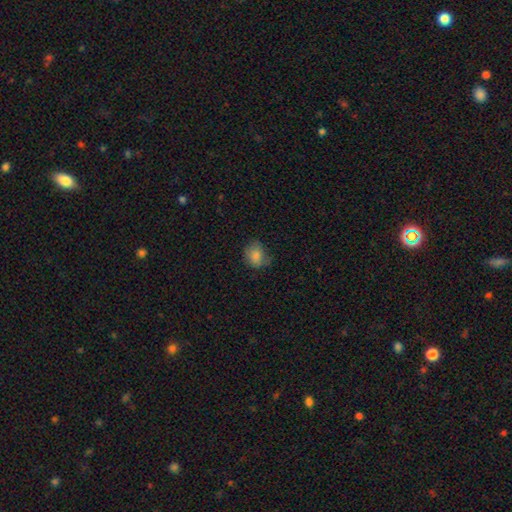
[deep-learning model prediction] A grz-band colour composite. It shows a smooth galaxy with no disk features (82%) that is round (54%). Merging: none (63%).